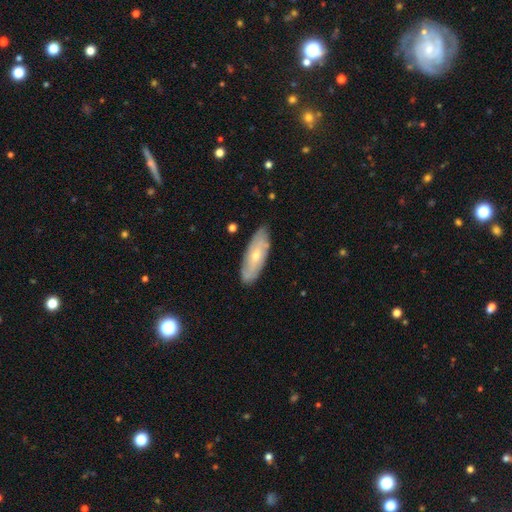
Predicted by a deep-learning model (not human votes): Smooth or featured? featured or disk (48%)
Merging? none (81%)